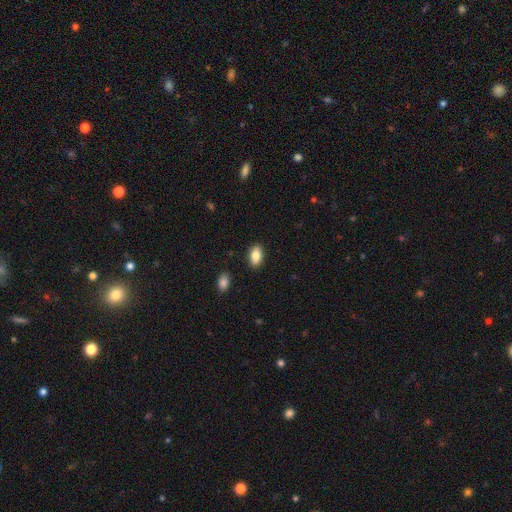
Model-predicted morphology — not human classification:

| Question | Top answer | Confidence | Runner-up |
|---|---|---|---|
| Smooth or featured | smooth | 83% | featured or disk (10%) |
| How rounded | in between | 91% | round (6%) |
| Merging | none | 88% | minor disturbance (8%) |